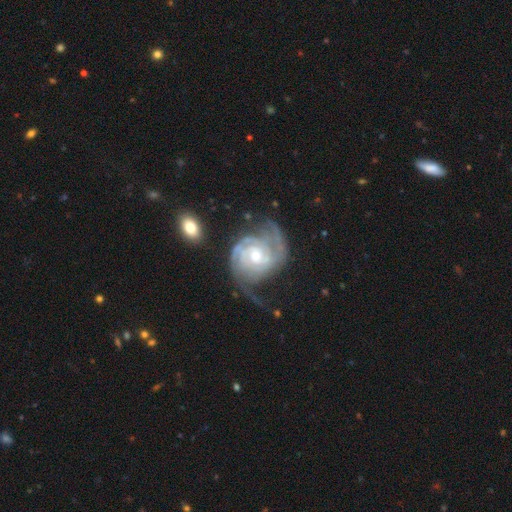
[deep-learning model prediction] featured or disk 91%, smooth 5%, star or artifact 5%. Down the decision tree: edge-on disk — no (98%); bar — no (69%); spiral arms — yes (97%); spiral arm count — 2 (39%); spiral winding — tight (58%); bulge size — small (58%); merging — none (49%).